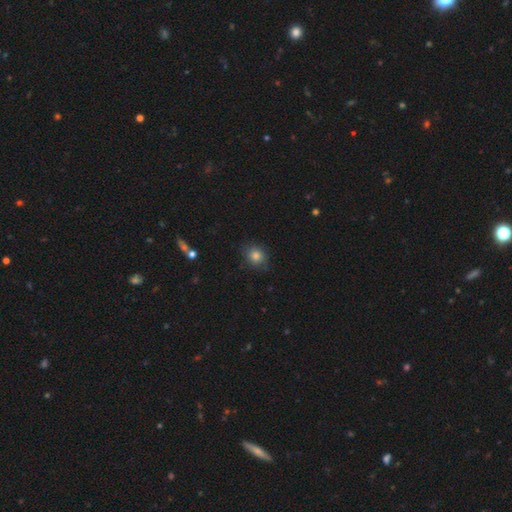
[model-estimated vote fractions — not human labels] smooth-or-featured: smooth: 80% | star or artifact: 11% | featured or disk: 9%
  how-rounded: round: 73% | in between: 26% | cigar-shaped: 1%
  merging: none: 78% | minor disturbance: 17% | major disturbance: 4% | merger: 1%